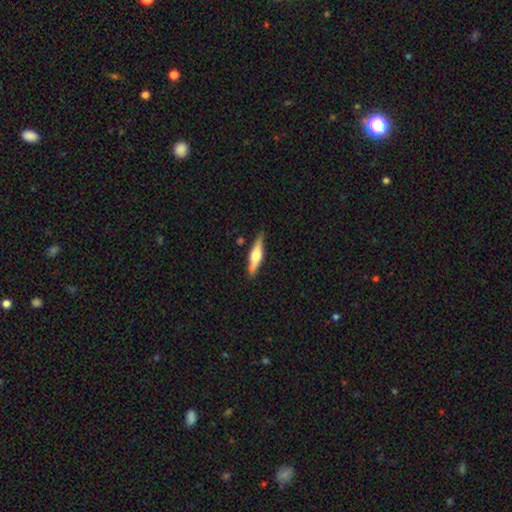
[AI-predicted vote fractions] Overall: featured or disk (57%; smooth 37%). Edge-on disk: yes (95%). Edge-on bulge: rounded (90%). Merging: none (82%).